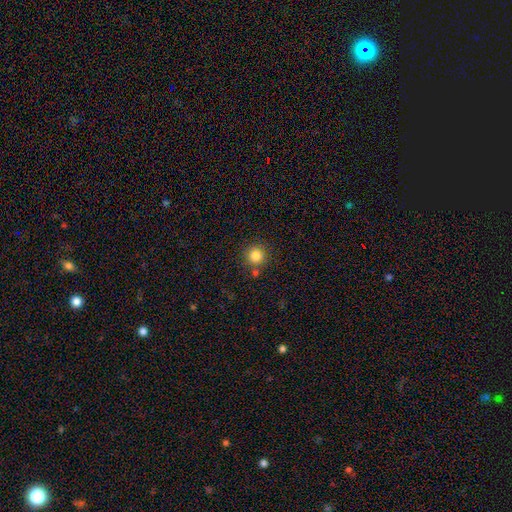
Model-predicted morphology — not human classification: A smooth galaxy with no disk features (83%) that is round (95%). Merging: none (82%).